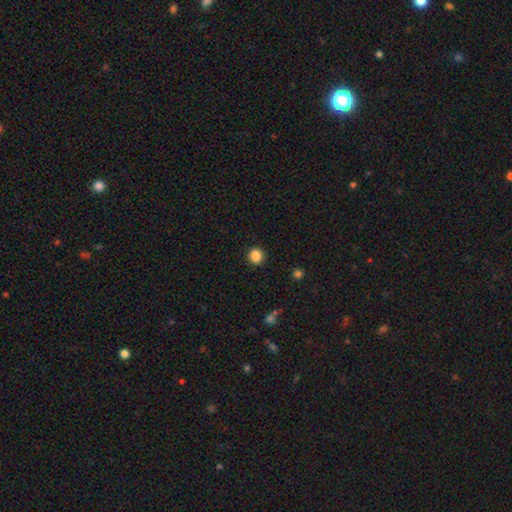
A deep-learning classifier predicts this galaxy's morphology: The model was most divided on "how rounded": round: 83%, in between: 16%, cigar-shaped: 1%. More confident: merging — none (91%); smooth or featured — smooth (86%).